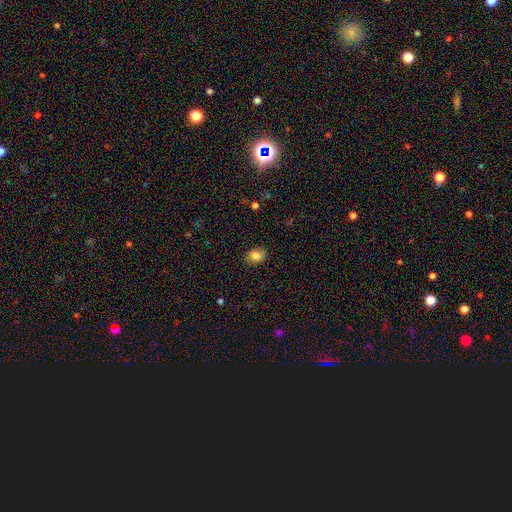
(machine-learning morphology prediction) The model was most divided on "how rounded": in between: 60%, round: 39%, cigar-shaped: 1%. More confident: merging — none (84%); smooth or featured — smooth (83%).